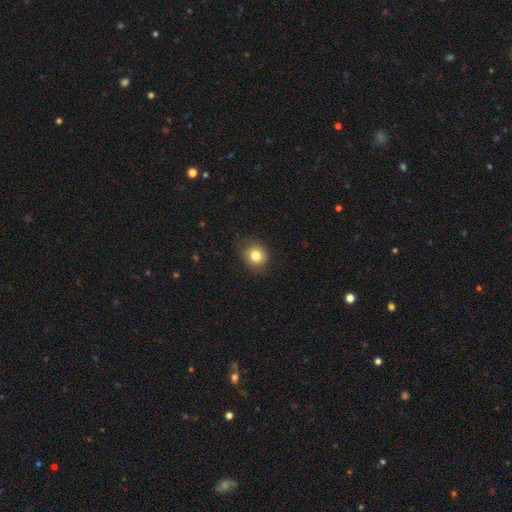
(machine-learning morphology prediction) Smooth or featured?
  - smooth: 81% *
  - star or artifact: 11%
  - featured or disk: 8%
How rounded?
  - round: 79% *
  - in between: 20%
  - cigar-shaped: 1%
Merging?
  - none: 83% *
  - minor disturbance: 13%
  - major disturbance: 3%
  - merger: 1%